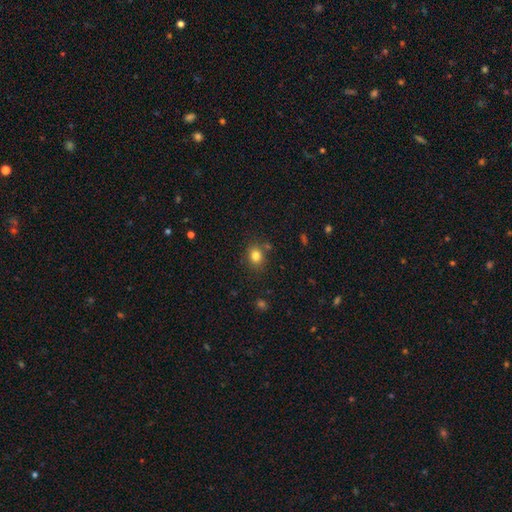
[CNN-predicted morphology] A smooth galaxy with no disk features (81%) that is round (62%). Merging: none (78%).